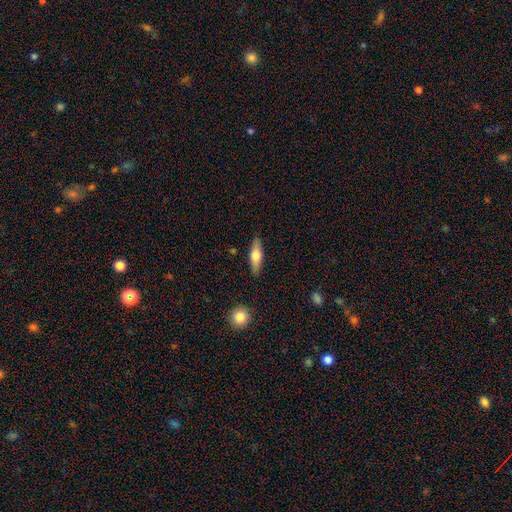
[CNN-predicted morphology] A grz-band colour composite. It shows a smooth galaxy with no disk features (55%) that is cigar-shaped (51%). Merging: none (87%).